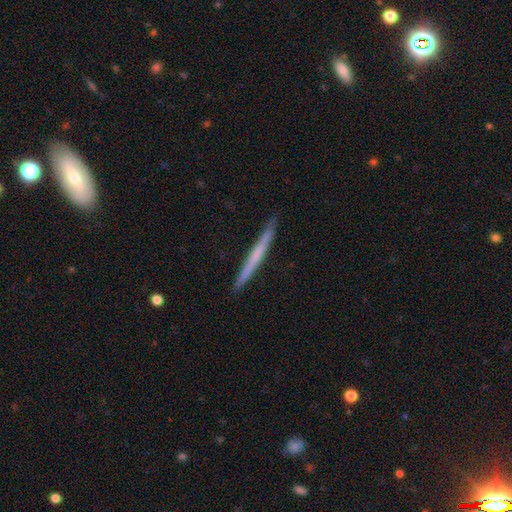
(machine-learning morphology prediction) Q: Smooth or featured?
A: smooth (49%); runner-up: featured or disk (46%)
Q: Merging?
A: none (91%); runner-up: minor disturbance (6%)